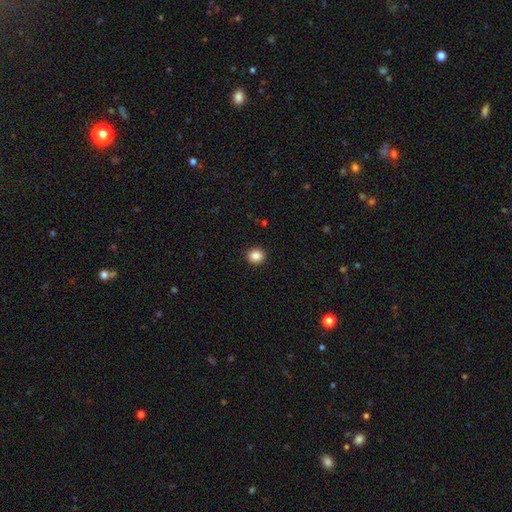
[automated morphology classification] The model was most divided on "how rounded": round: 86%, in between: 14%, cigar-shaped: 1%. More confident: merging — none (92%); smooth or featured — smooth (87%).